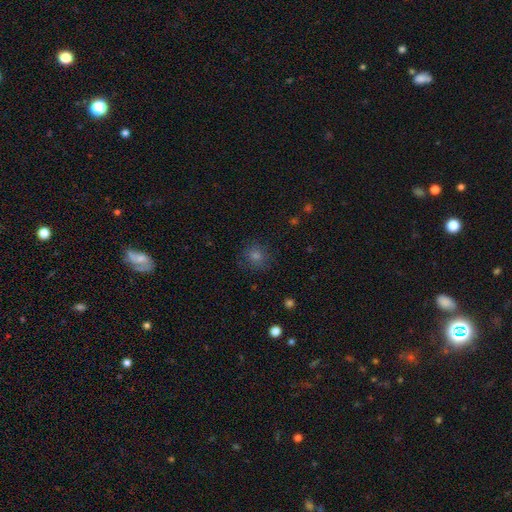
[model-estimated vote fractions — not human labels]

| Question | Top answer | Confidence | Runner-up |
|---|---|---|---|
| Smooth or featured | smooth | 64% | star or artifact (26%) |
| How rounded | round | 88% | in between (11%) |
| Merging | none | 85% | minor disturbance (10%) |